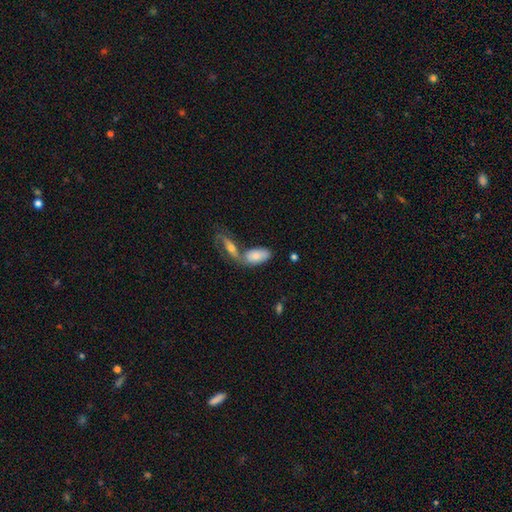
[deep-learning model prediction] Morphology: type=smooth (72%); roundness=in between (89%); merging=merger (53%).